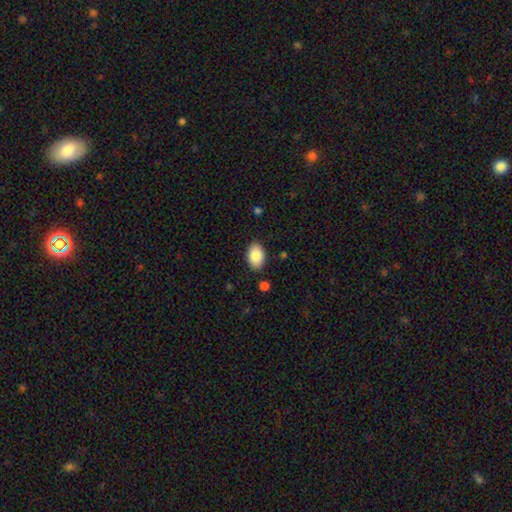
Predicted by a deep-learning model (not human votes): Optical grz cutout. It shows a smooth galaxy with no disk features (86%) that is in between round and cigar-shaped (91%). Merging: none (87%).